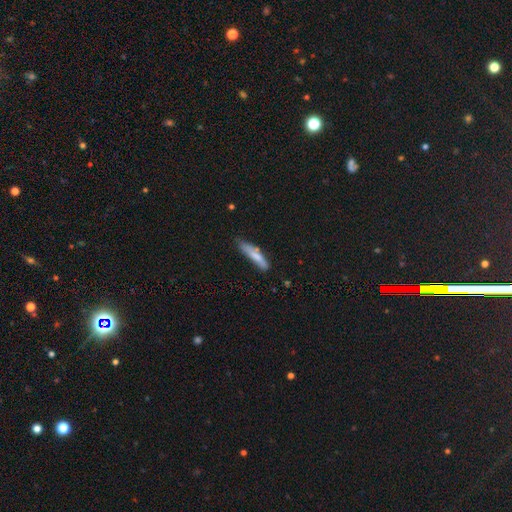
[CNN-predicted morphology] Q: Smooth or featured?
A: smooth (74%); runner-up: featured or disk (19%)
Q: How rounded?
A: cigar-shaped (83%); runner-up: in between (15%)
Q: Merging?
A: none (58%); runner-up: minor disturbance (28%)